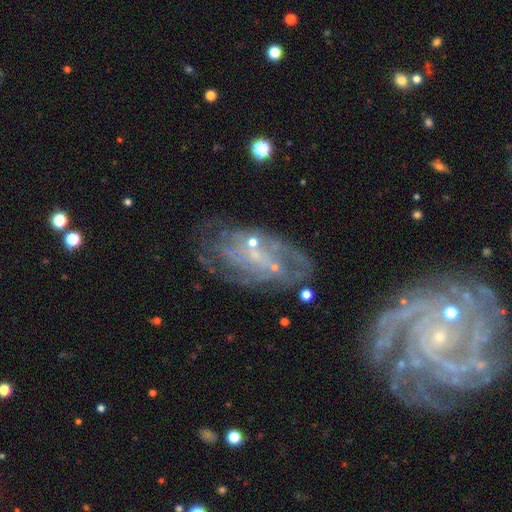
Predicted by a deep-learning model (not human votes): The model was most divided on "spiral winding": tight: 45%, medium: 35%, loose: 20%. More confident: edge-on disk — no (94%); smooth or featured — featured or disk (75%); spiral arms — yes (72%); bulge size — small (69%); bar — no (58%); merging — none (54%); spiral arm count — can't tell (54%).